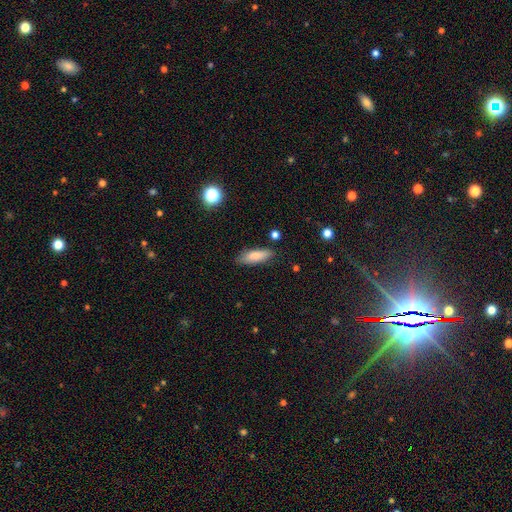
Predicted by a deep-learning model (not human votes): The model was most divided on "how rounded": in between: 52%, cigar-shaped: 46%, round: 2%. More confident: smooth or featured — smooth (83%); merging — none (83%).